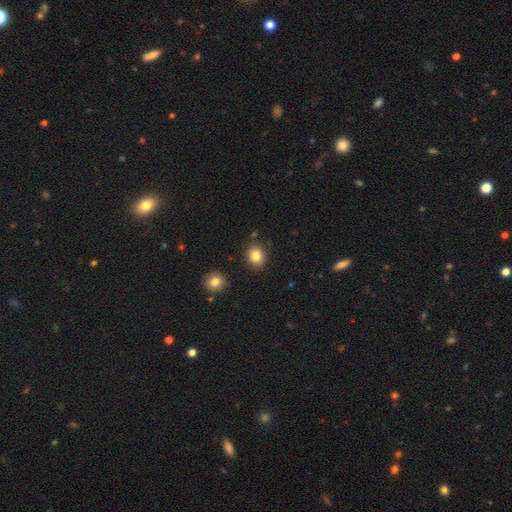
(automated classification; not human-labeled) Smooth or featured? Predicted: smooth (p=0.83). How rounded? Predicted: round (p=0.56). Merging? Predicted: none (p=0.86).